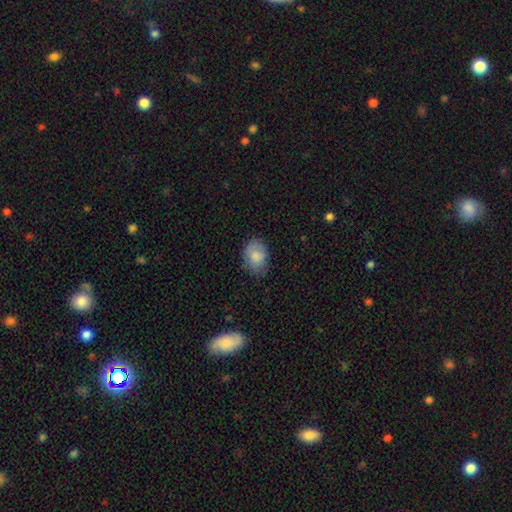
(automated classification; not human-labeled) This is clearly a smooth galaxy (83%). How rounded: likely in between (78%). Merging: likely none (72%).